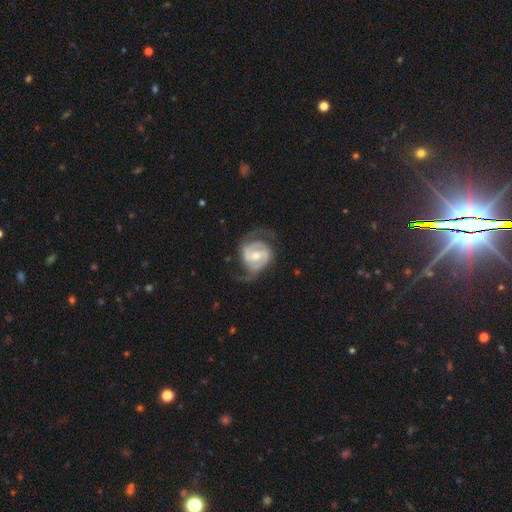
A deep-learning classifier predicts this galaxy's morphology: Q: Smooth or featured?
A: featured or disk (81%); runner-up: smooth (14%)
Q: Edge-on disk?
A: no (97%); runner-up: yes (3%)
Q: Bar?
A: weak (44%); runner-up: no (32%)
Q: Spiral arms?
A: yes (90%); runner-up: no (10%)
Q: Spiral winding?
A: medium (45%); runner-up: loose (28%)
Q: Spiral arm count?
A: 2 (81%); runner-up: can't tell (9%)
Q: Bulge size?
A: moderate (65%); runner-up: small (29%)
Q: Merging?
A: none (59%); runner-up: minor disturbance (20%)